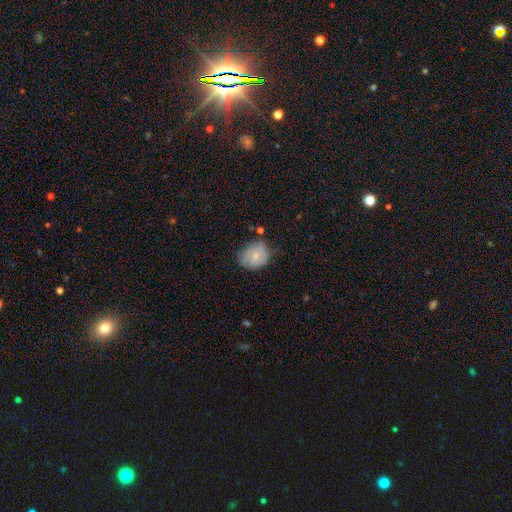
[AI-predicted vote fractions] The model was most divided on "how rounded": in between: 54%, round: 45%, cigar-shaped: 1%. More confident: smooth or featured — smooth (67%); merging — none (56%).